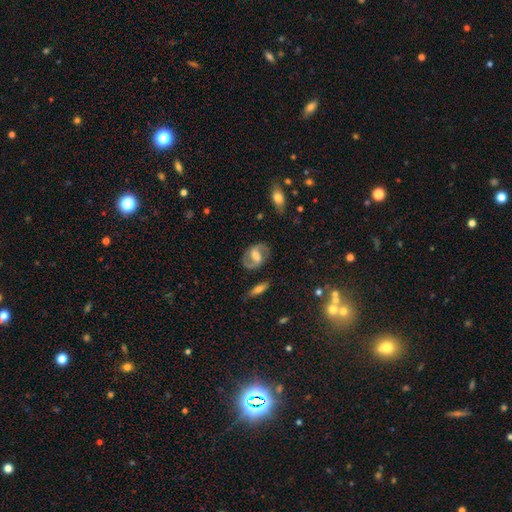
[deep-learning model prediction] Smooth or featured? Predicted: featured or disk (p=0.70). Edge-on disk? Predicted: no (p=0.95). Bar? Predicted: weak (p=0.43). Spiral arms? Predicted: yes (p=0.85). Spiral winding? Predicted: medium (p=0.51). Spiral arm count? Predicted: 2 (p=0.89). Bulge size? Predicted: moderate (p=0.42). Merging? Predicted: none (p=0.77).